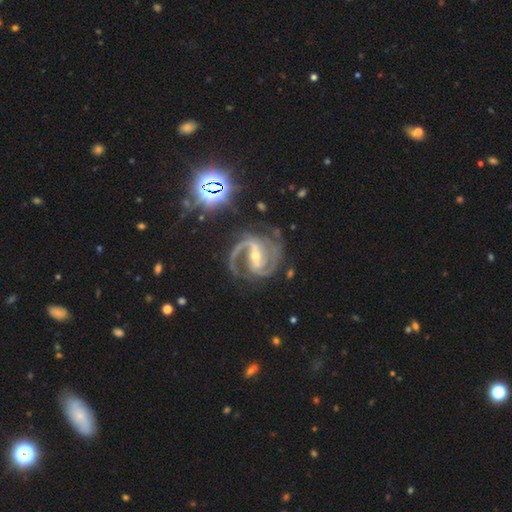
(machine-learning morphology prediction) This appears to be a featured or disk galaxy (92%) with a strong bar (59%), 2 (77%) medium (62%) spiral arms (99%) and a small central bulge (57%). Merging: none (70%).